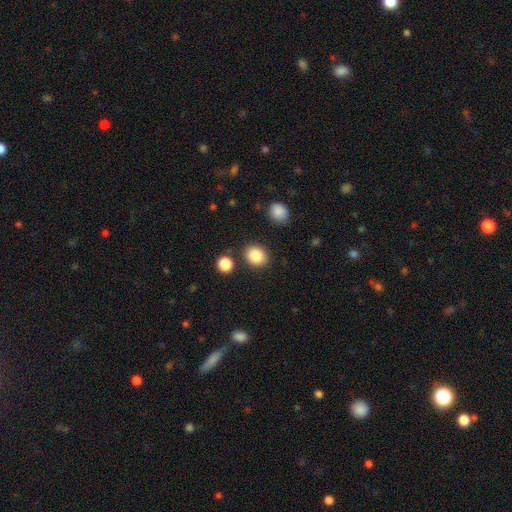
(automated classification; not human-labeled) smooth_or_featured: smooth (p=0.85) [alt: star or artifact p=0.10]
how_rounded: round (p=0.68) [alt: in between p=0.31]
merging: none (p=0.84) [alt: minor disturbance p=0.08]